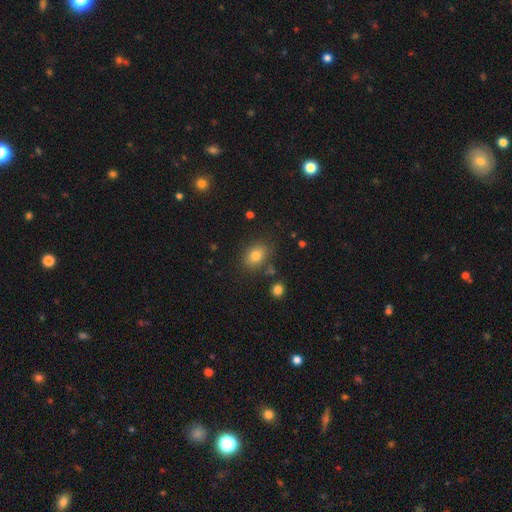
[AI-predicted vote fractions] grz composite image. It shows a smooth galaxy with no disk features (79%) that is in between round and cigar-shaped (64%). Merging: none (79%).